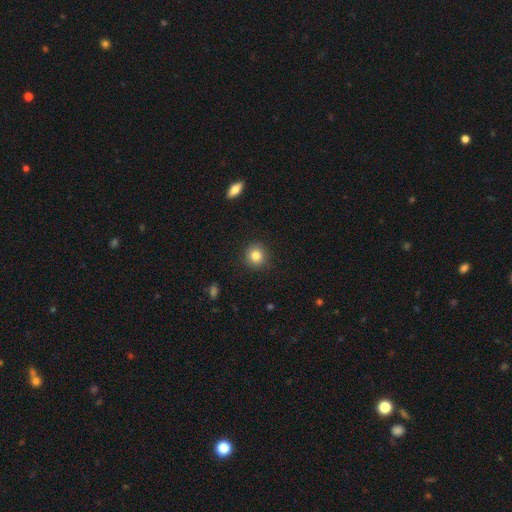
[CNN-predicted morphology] Q: Smooth or featured?
A: smooth (82%); runner-up: star or artifact (10%)
Q: How rounded?
A: round (91%); runner-up: in between (8%)
Q: Merging?
A: none (90%); runner-up: minor disturbance (7%)